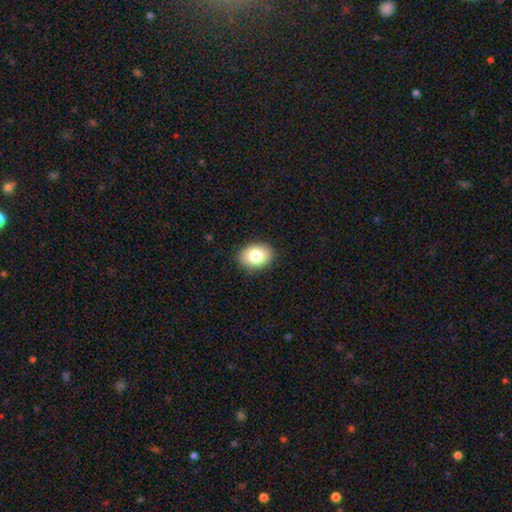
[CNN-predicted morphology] smooth 81%, featured or disk 11%, star or artifact 8%. Down the decision tree: how rounded — in between (74%); merging — none (89%).